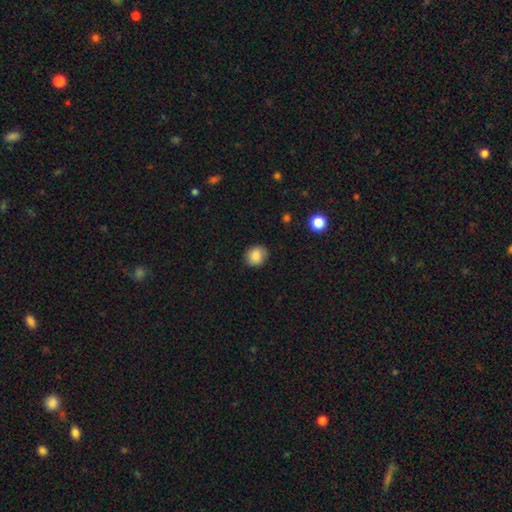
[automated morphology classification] Smooth or featured?
  - smooth: 86% *
  - star or artifact: 9%
  - featured or disk: 6%
How rounded?
  - round: 71% *
  - in between: 28%
  - cigar-shaped: 1%
Merging?
  - none: 85% *
  - minor disturbance: 12%
  - major disturbance: 2%
  - merger: 1%